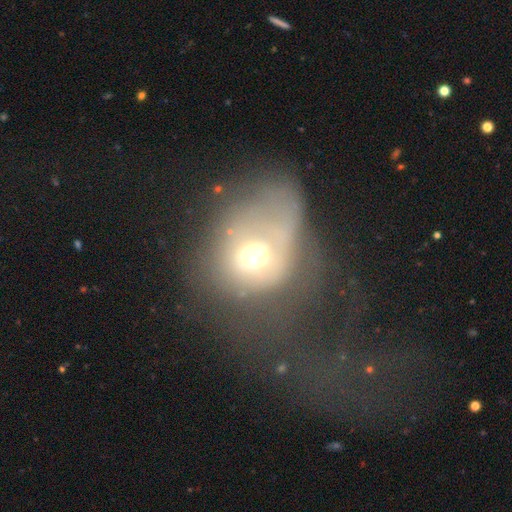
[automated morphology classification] A smooth galaxy with no disk features (45%). Merging: major disturbance (59%).